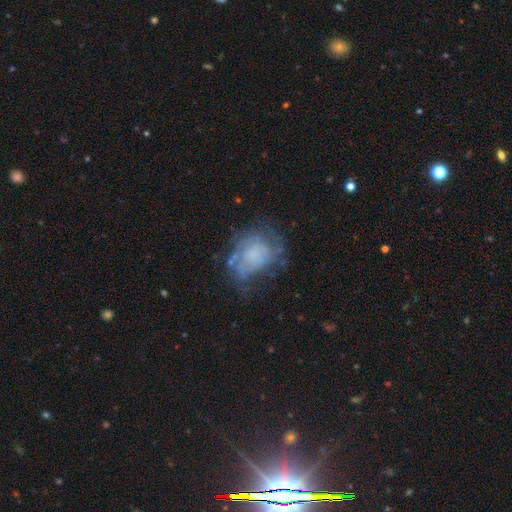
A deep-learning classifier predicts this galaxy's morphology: Smooth or featured? Predicted: featured or disk (p=0.53). Edge-on disk? Predicted: no (p=0.97). Bar? Predicted: no (p=0.79). Spiral arms? Predicted: yes (p=0.67). Bulge size? Predicted: none (p=0.35). Merging? Predicted: none (p=0.54).